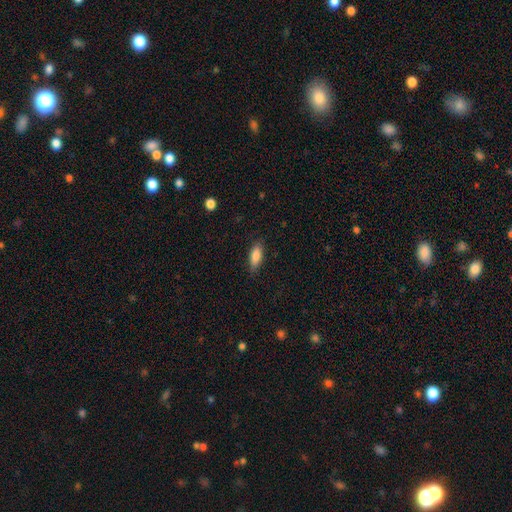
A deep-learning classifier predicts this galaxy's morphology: Overall: smooth (85%). How rounded: in between (75%). Merging: none (83%).